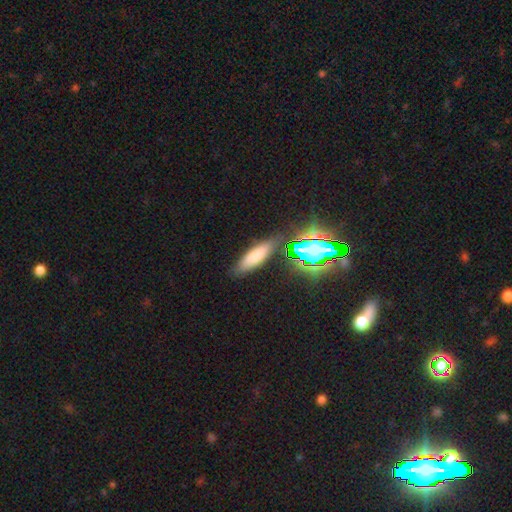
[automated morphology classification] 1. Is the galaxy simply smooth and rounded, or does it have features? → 70% smooth, 16% star or artifact, 14% featured or disk.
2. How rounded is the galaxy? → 49% in between, 48% cigar-shaped, 3% round.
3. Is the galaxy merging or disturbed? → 82% none, 12% minor disturbance, 3% major disturbance, 3% merger.